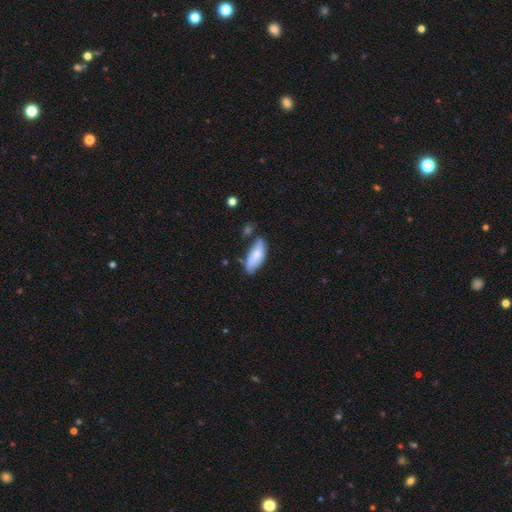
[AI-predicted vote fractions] Smooth or featured? smooth (74%)
How rounded? in between (84%)
Merging? none (59%)